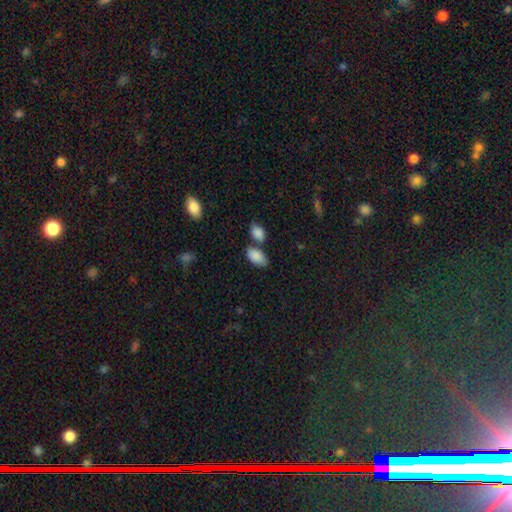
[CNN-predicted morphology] type=smooth (88%); roundness=in between (93%); merging=none (56%).